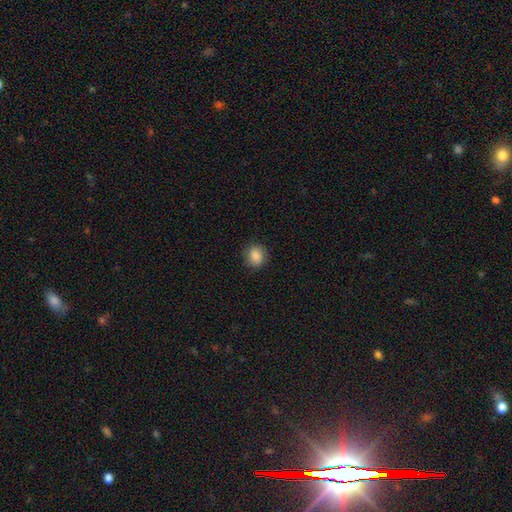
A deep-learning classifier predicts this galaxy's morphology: smooth_or_featured: smooth (p=0.86) [alt: star or artifact p=0.09]
how_rounded: round (p=0.73) [alt: in between p=0.26]
merging: none (p=0.86) [alt: minor disturbance p=0.10]